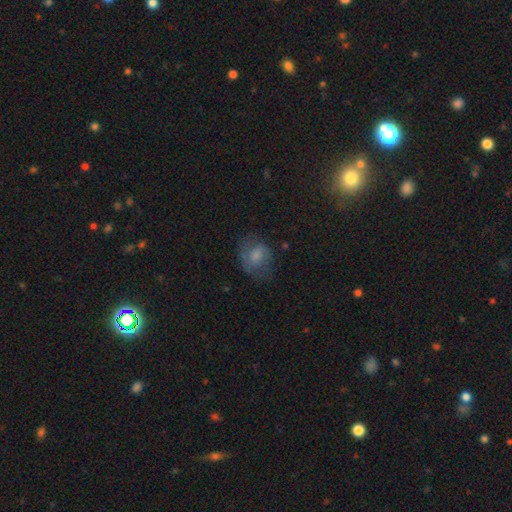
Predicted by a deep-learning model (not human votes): Smooth or featured: smooth — 57% (featured or disk — 33%)
How rounded: in between — 56% (round — 43%)
Merging: none — 53% (minor disturbance — 25%)